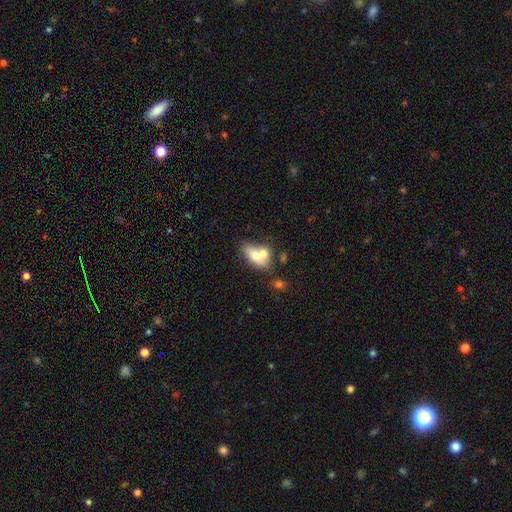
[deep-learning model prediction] Smooth or featured? Predicted: smooth (p=0.64). How rounded? Predicted: in between (p=0.79). Merging? Predicted: merger (p=0.54).